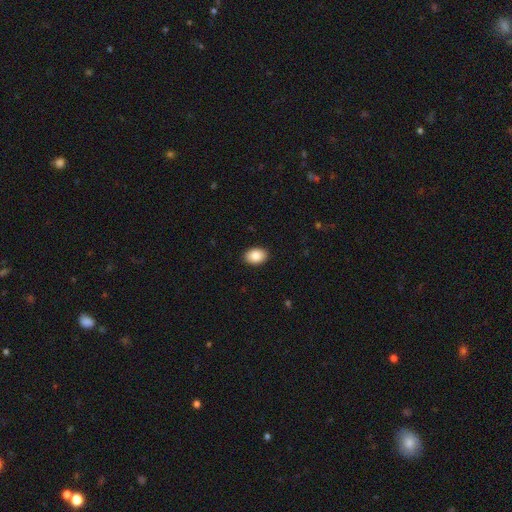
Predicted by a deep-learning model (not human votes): This is clearly a smooth galaxy (88%). How rounded: clearly in between (81%). Merging: clearly none (91%).